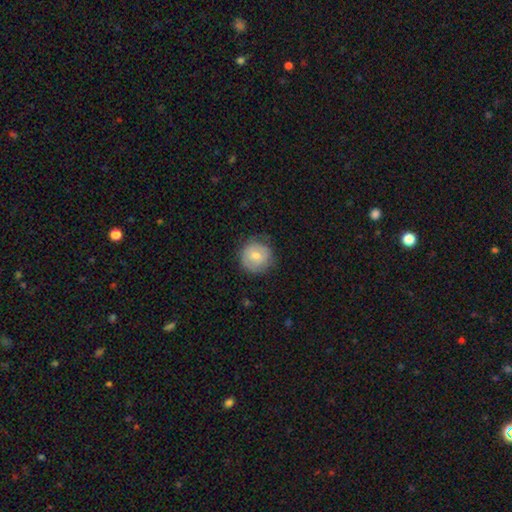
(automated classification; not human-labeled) Morphology: type=smooth (71%); roundness=round (93%); merging=none (79%).